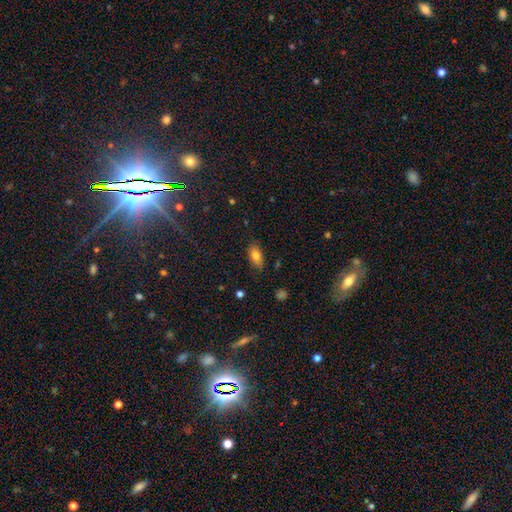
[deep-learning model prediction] Overall: smooth (80%). How rounded: in between (90%). Merging: none (81%).